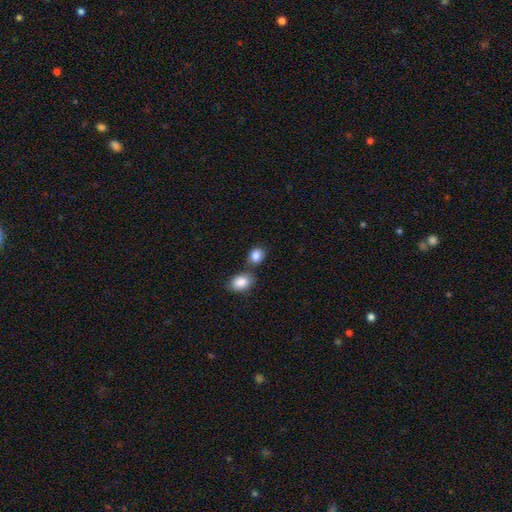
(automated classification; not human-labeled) This is clearly a smooth galaxy (87%). How rounded: possibly round (52%). Merging: possibly none (56%).